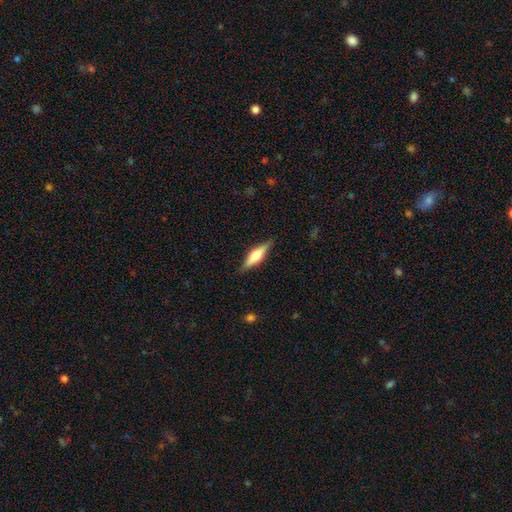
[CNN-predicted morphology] Smooth or featured: featured or disk — 54% (smooth — 41%)
Edge-on disk: yes — 95% (no — 5%)
Edge-on bulge: rounded — 88% (boxy — 9%)
Merging: none — 87% (minor disturbance — 10%)